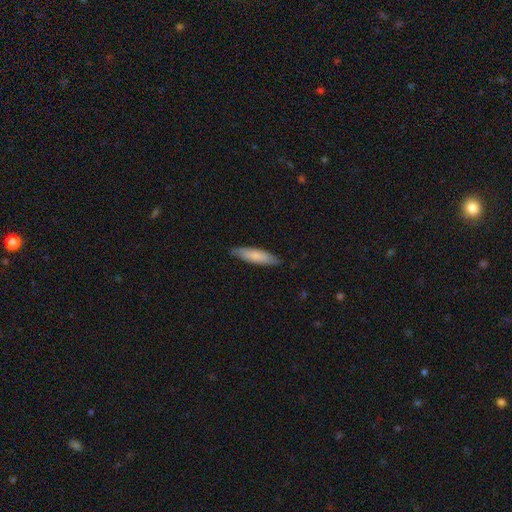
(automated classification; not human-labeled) smooth_or_featured: smooth (p=0.78) [alt: featured or disk p=0.17]
how_rounded: cigar-shaped (p=0.71) [alt: in between p=0.27]
merging: none (p=0.85) [alt: minor disturbance p=0.12]